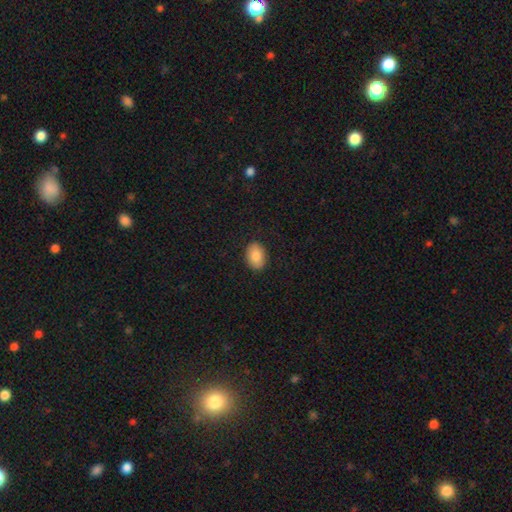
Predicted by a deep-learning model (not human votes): A smooth galaxy with no disk features (85%) that is in between round and cigar-shaped (77%). Merging: none (89%).